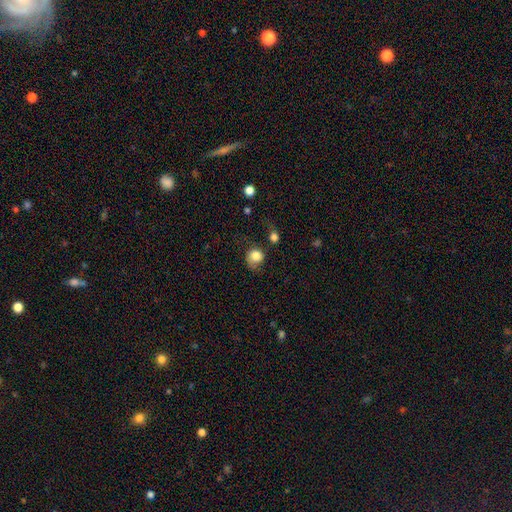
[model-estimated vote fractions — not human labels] A smooth galaxy with no disk features (80%) that is round (80%). Merging: none (48%).